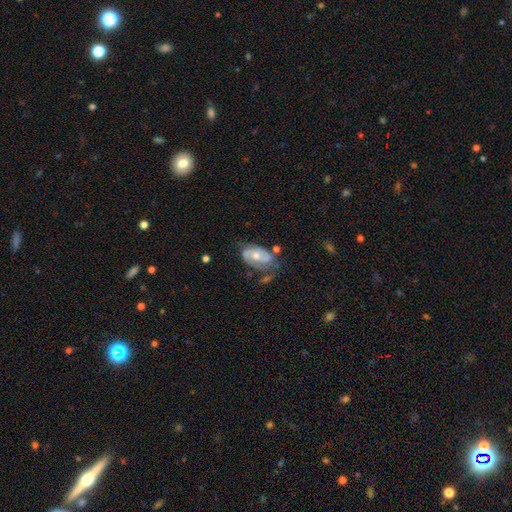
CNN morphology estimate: Smooth or featured: featured or disk — 69% (smooth — 25%)
Edge-on disk: no — 96% (yes — 4%)
Bar: no — 66% (weak — 28%)
Spiral arms: yes — 82% (no — 18%)
Spiral winding: medium — 43% (tight — 37%)
Spiral arm count: 2 — 72% (can't tell — 16%)
Bulge size: moderate — 63% (small — 30%)
Merging: none — 47% (minor disturbance — 28%)